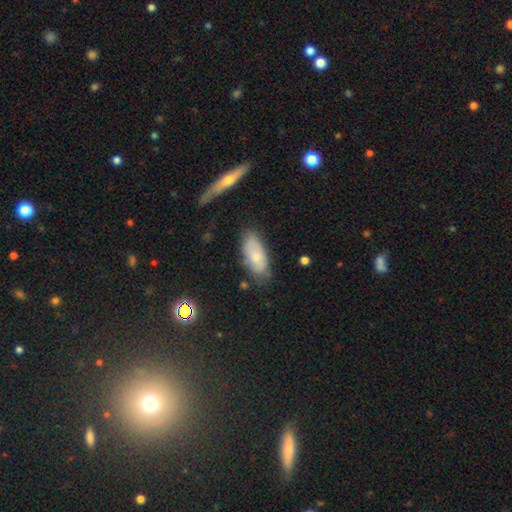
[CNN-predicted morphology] smooth-or-featured: smooth: 71% | featured or disk: 21% | star or artifact: 8%
  how-rounded: in between: 86% | cigar-shaped: 11% | round: 3%
  merging: none: 70% | minor disturbance: 22% | major disturbance: 5% | merger: 3%